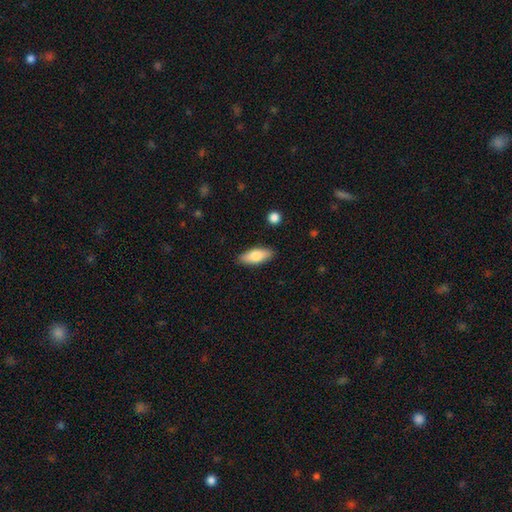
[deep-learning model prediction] A smooth galaxy with no disk features (77%) that is in between round and cigar-shaped (76%).

Vote fractions:
- Smooth or featured? smooth: 77% / featured or disk: 17% / star or artifact: 6%
- How rounded? in between: 76% / cigar-shaped: 22% / round: 2%
- Merging? none: 88% / minor disturbance: 9% / major disturbance: 2% / merger: 1%